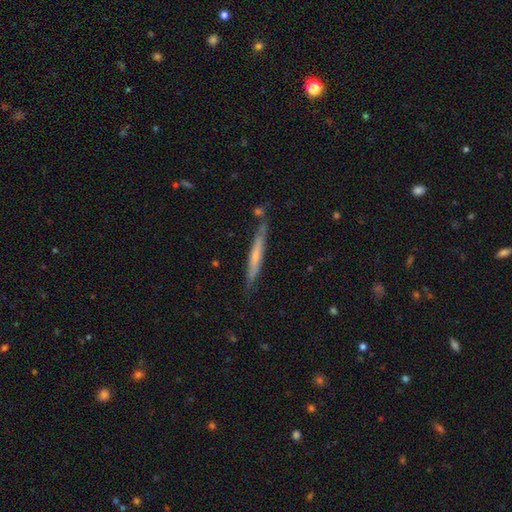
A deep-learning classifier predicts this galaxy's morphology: Q: Smooth or featured?
A: featured or disk (47%); tied with: smooth (47%)
Q: Merging?
A: none (76%); runner-up: minor disturbance (16%)